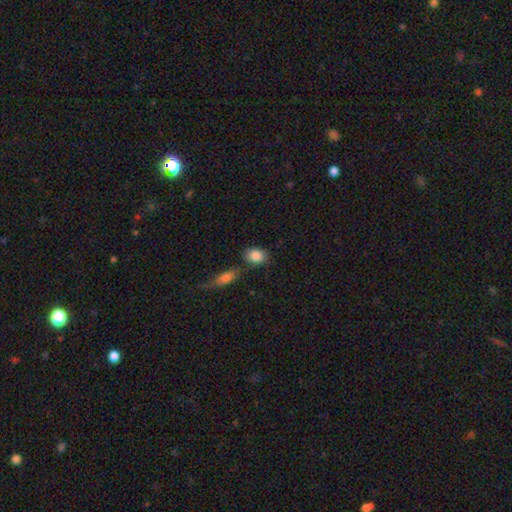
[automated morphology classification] Smooth or featured: smooth — 86% (star or artifact — 8%)
How rounded: in between — 64% (round — 34%)
Merging: none — 65% (minor disturbance — 16%)